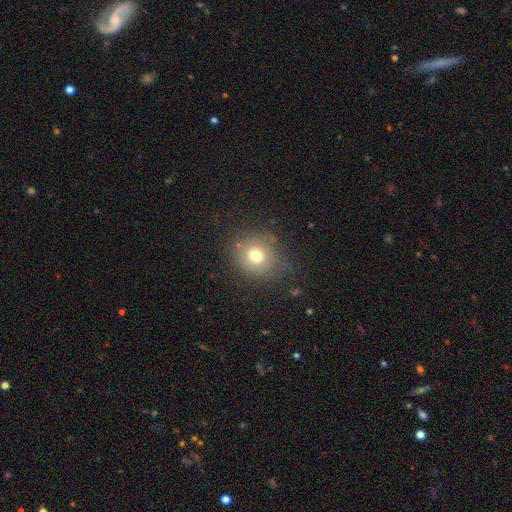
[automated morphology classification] This is likely a smooth galaxy (71%). How rounded: likely round (79%). Merging: likely none (72%).